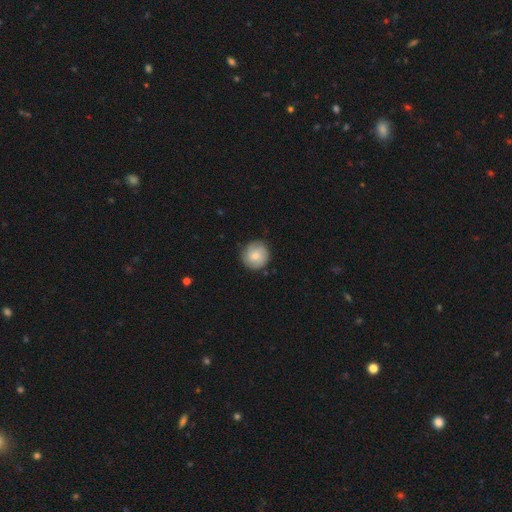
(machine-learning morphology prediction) type=smooth (50%); roundness=round (93%); merging=none (84%).